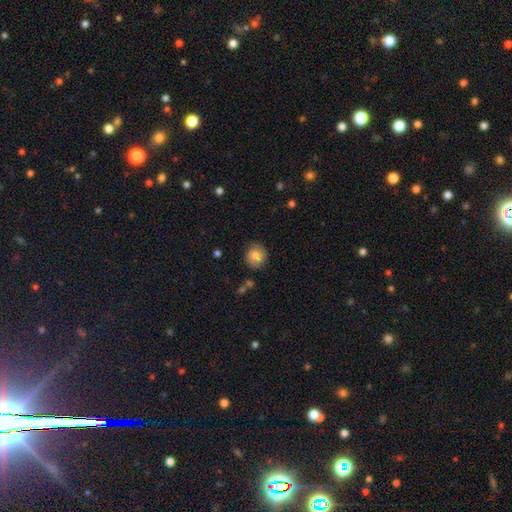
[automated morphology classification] The model was most divided on "smooth or featured": smooth: 79%, featured or disk: 13%, star or artifact: 8%. More confident: how rounded — round (85%); merging — none (81%).